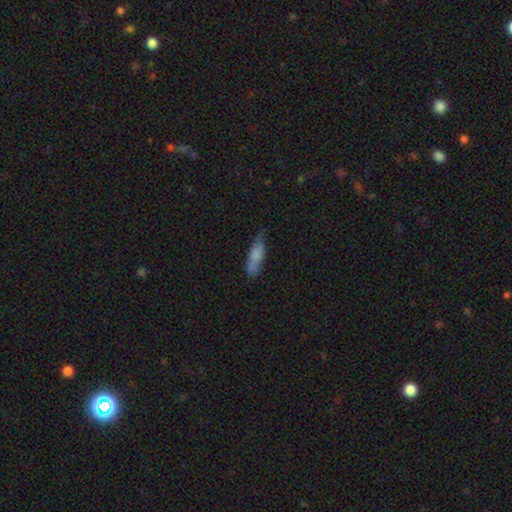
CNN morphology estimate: type=smooth (76%); roundness=cigar-shaped (50%); merging=none (62%).